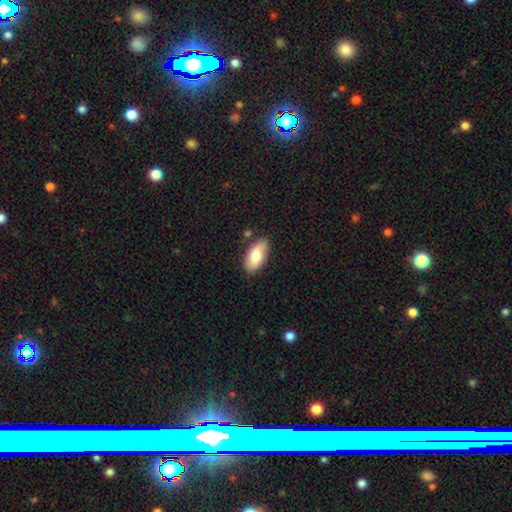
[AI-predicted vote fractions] This is likely a smooth galaxy (79%). How rounded: clearly in between (92%). Merging: likely none (75%).